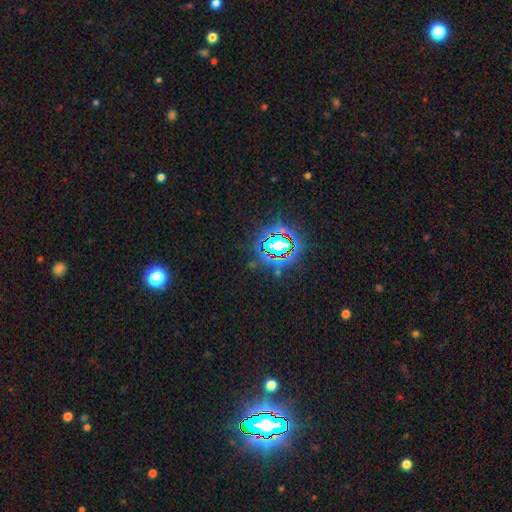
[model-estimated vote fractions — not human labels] A star or artifact, not a galaxy (82%).